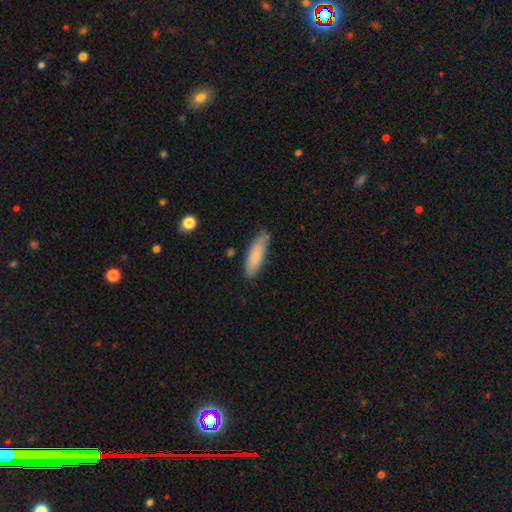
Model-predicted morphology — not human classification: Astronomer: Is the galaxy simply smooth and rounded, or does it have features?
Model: smooth — 83%.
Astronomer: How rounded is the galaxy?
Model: cigar-shaped — 58% (runner-up: in between, 41%).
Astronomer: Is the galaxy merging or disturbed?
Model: none — 79%.